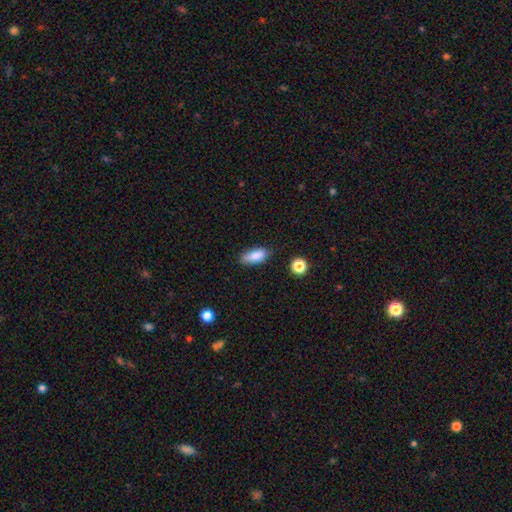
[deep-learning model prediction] smooth 85%, star or artifact 8%, featured or disk 7%. Down the decision tree: how rounded — in between (83%); merging — none (76%).